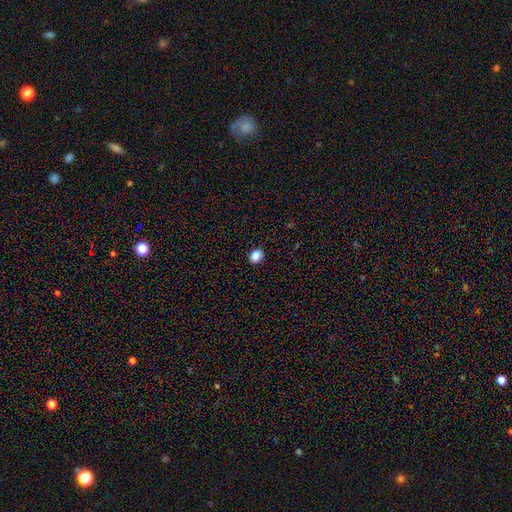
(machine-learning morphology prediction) smooth 86%, star or artifact 10%, featured or disk 4%. Down the decision tree: how rounded — in between (50%); merging — none (91%).